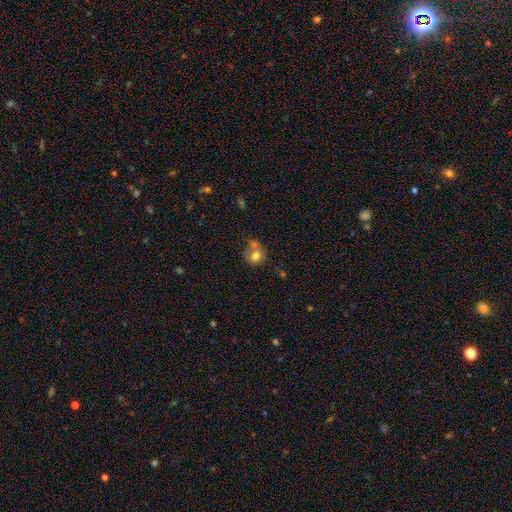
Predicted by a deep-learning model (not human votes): smooth-or-featured: smooth: 73% | featured or disk: 18% | star or artifact: 9%
  how-rounded: round: 75% | in between: 24% | cigar-shaped: 1%
  merging: none: 39% | merger: 35% | minor disturbance: 17% | major disturbance: 9%